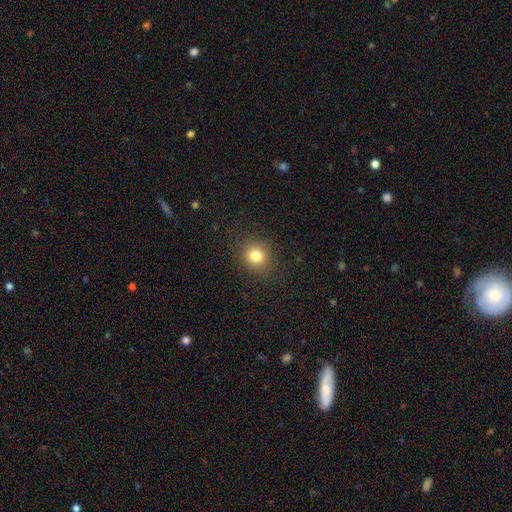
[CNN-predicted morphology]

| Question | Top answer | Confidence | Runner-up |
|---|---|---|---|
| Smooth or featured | smooth | 80% | star or artifact (13%) |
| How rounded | round | 85% | in between (14%) |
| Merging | none | 88% | minor disturbance (8%) |